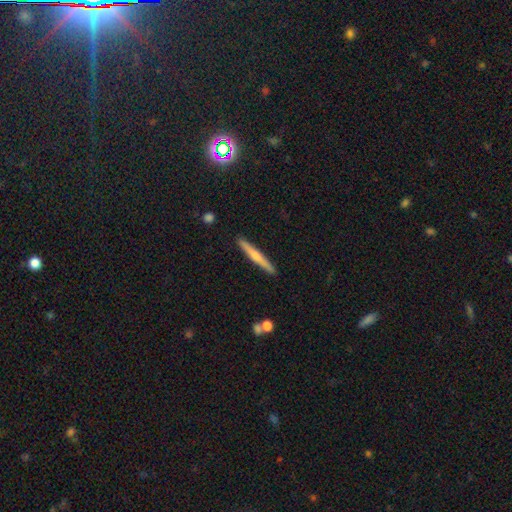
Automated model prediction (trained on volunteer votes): Smooth or featured: smooth — 47% (tied with featured or disk — 47%)
Merging: none — 91% (minor disturbance — 6%)